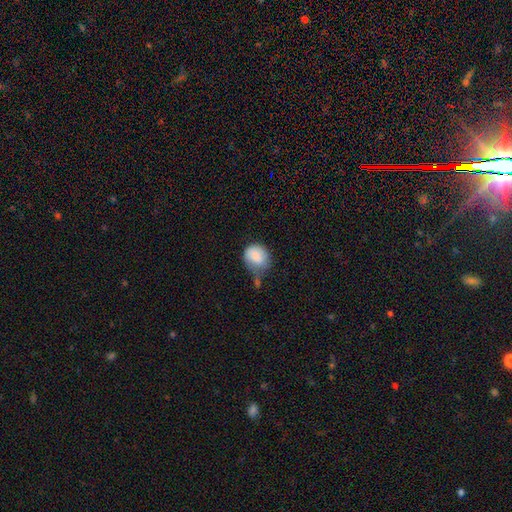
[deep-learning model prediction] Smooth or featured? smooth (83%)
How rounded? round (68%)
Merging? minor disturbance (35%, tied with none)